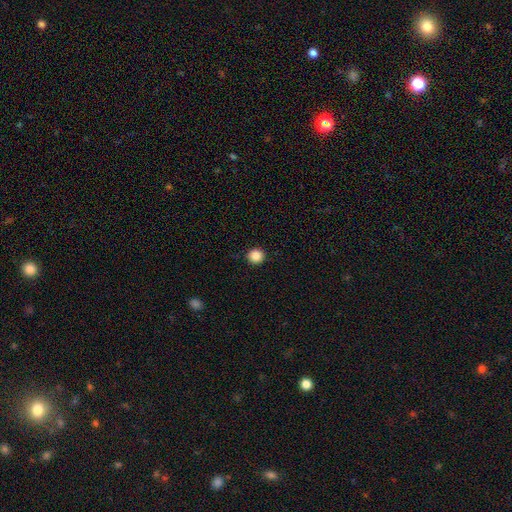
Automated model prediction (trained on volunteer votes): This is clearly a smooth galaxy (87%). How rounded: clearly round (94%). Merging: clearly none (93%).